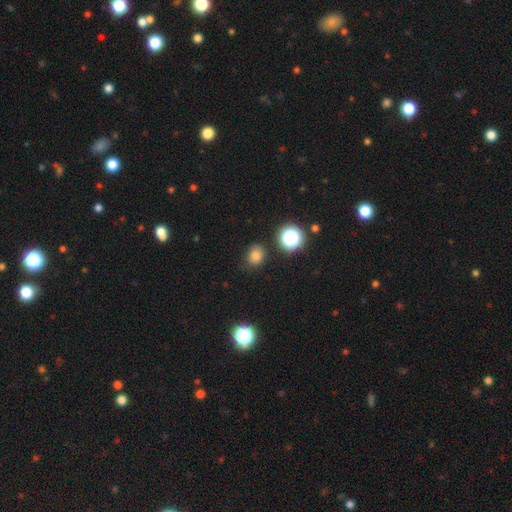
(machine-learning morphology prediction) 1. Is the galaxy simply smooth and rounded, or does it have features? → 76% smooth, 17% star or artifact, 7% featured or disk.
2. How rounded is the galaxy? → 57% round, 42% in between, 1% cigar-shaped.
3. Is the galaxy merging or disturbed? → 77% none, 17% minor disturbance, 4% major disturbance, 3% merger.